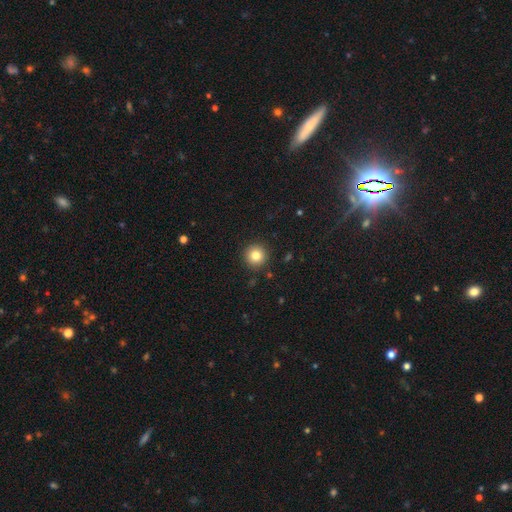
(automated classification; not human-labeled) Q: Smooth or featured?
A: smooth (81%); runner-up: star or artifact (11%)
Q: How rounded?
A: round (96%); runner-up: in between (3%)
Q: Merging?
A: none (92%); runner-up: minor disturbance (5%)